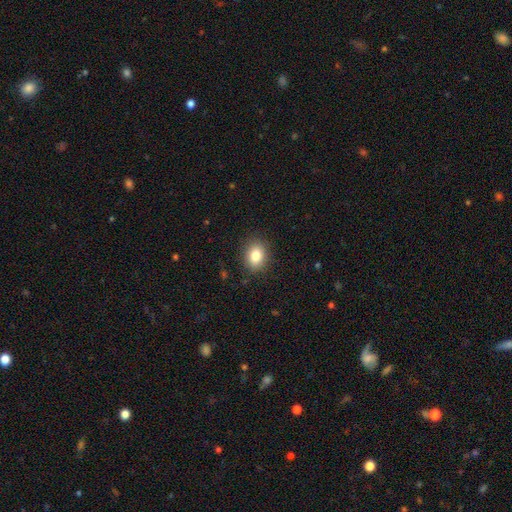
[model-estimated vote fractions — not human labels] This appears to be a smooth galaxy with no disk features (84%) that is in between round and cigar-shaped (58%). Merging: none (87%).